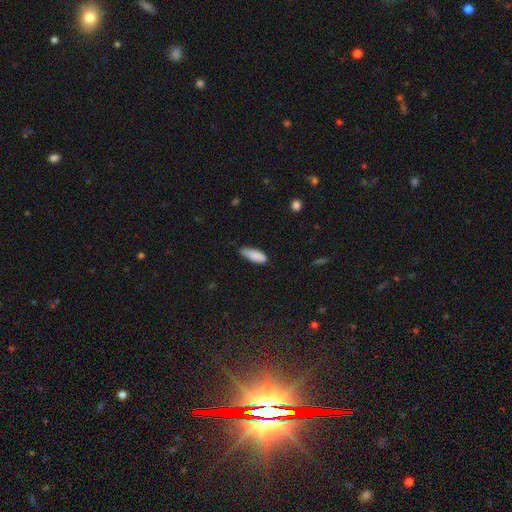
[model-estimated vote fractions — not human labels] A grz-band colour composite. It shows a smooth galaxy with no disk features (87%) that is in between round and cigar-shaped (65%). Merging: none (63%).